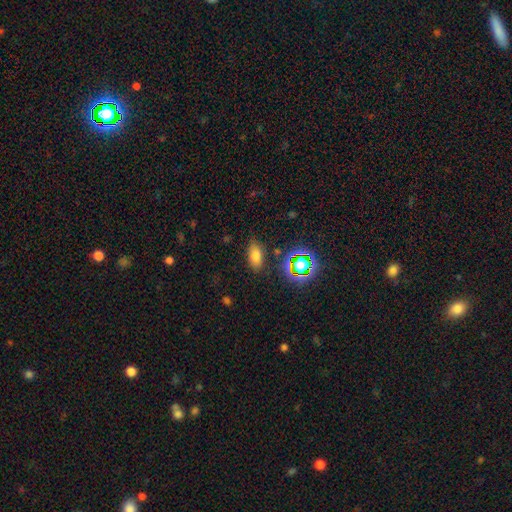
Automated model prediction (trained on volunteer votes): Smooth or featured? smooth (71%)
How rounded? in between (87%)
Merging? none (83%)